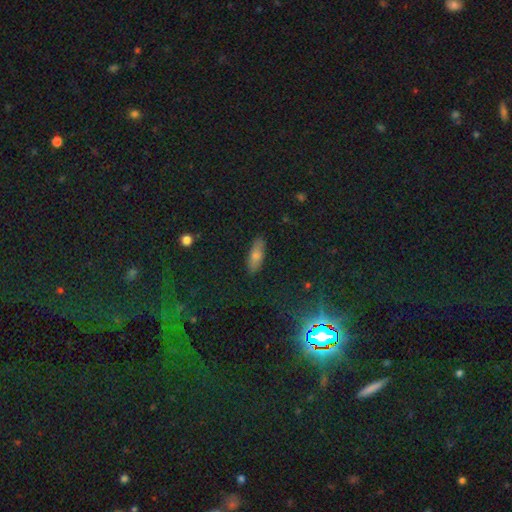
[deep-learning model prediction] A smooth galaxy with no disk features (66%) that is in between round and cigar-shaped (62%). Merging: none (87%).